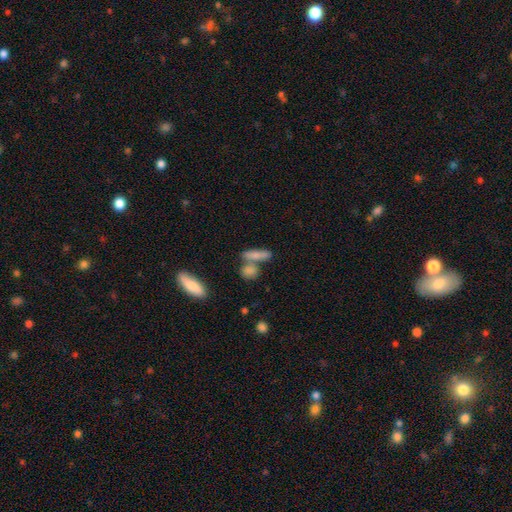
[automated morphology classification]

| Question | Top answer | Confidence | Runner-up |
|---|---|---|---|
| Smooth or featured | smooth | 74% | featured or disk (17%) |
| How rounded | cigar-shaped | 50% | in between (41%) |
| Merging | none | 49% | merger (35%) |